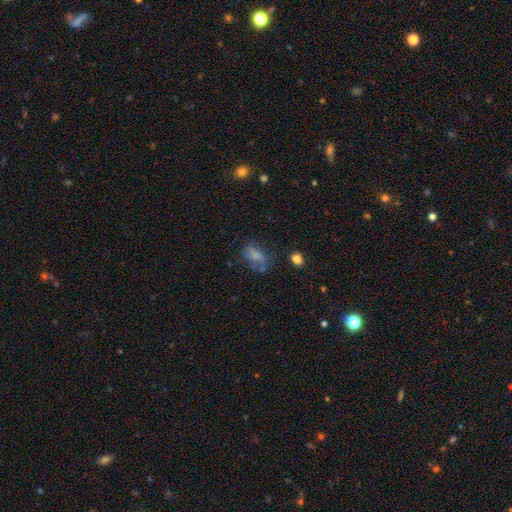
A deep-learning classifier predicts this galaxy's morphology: Q: Smooth or featured?
A: smooth (65%); runner-up: featured or disk (22%)
Q: How rounded?
A: in between (81%); runner-up: round (15%)
Q: Merging?
A: none (46%); runner-up: minor disturbance (26%)